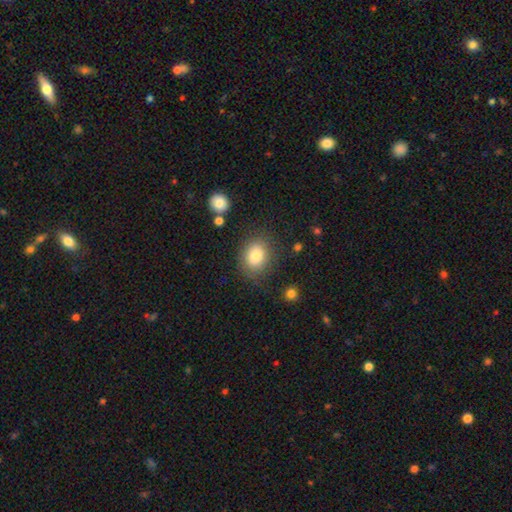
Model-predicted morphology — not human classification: Smooth or featured? smooth (83%)
How rounded? in between (54%)
Merging? none (78%)